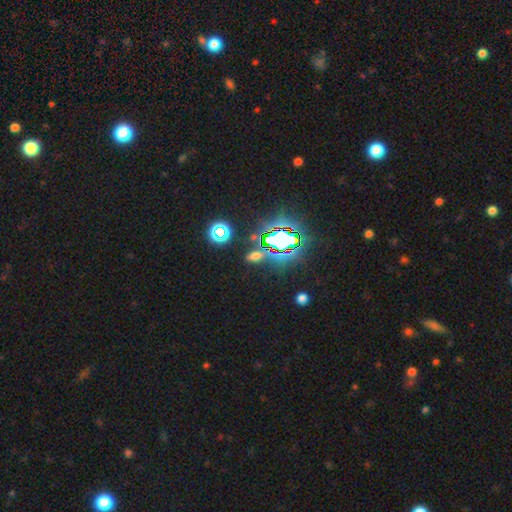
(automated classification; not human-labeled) star or artifact 49%, smooth 38%, featured or disk 12%.